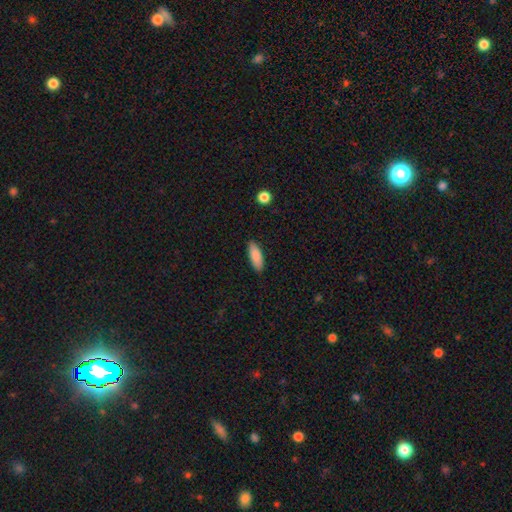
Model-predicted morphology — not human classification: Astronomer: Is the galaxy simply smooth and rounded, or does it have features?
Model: smooth — 88%.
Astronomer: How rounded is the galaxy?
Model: in between — 67%.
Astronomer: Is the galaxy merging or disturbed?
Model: none — 87%.